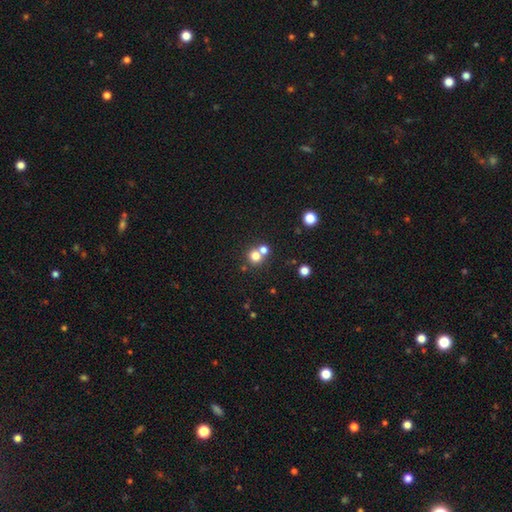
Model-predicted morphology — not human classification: This is likely a smooth galaxy (75%). How rounded: clearly round (88%). Merging: possibly none (54%).